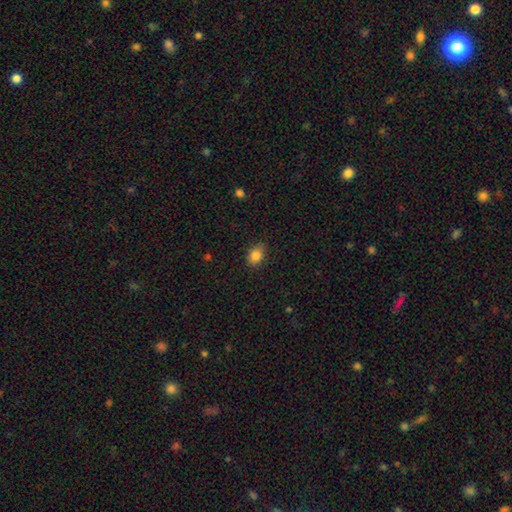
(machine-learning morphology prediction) Overall: smooth (86%). How rounded: in between (73%). Merging: none (83%).